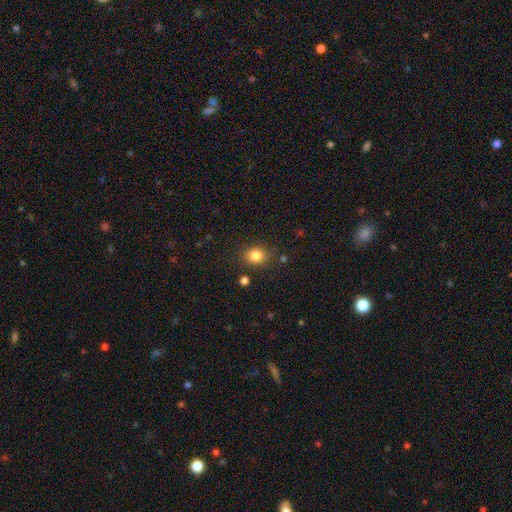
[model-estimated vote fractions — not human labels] The model was most divided on "how rounded": round: 66%, in between: 33%, cigar-shaped: 1%. More confident: smooth or featured — smooth (83%); merging — none (82%).